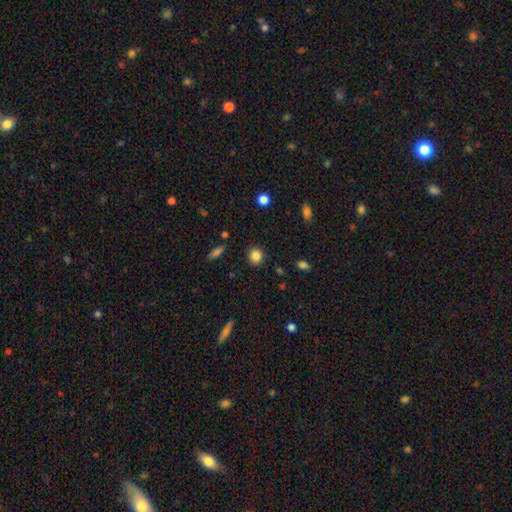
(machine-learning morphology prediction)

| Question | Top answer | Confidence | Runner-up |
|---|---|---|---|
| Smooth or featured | smooth | 85% | star or artifact (10%) |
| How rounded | round | 86% | in between (13%) |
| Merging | none | 90% | minor disturbance (6%) |